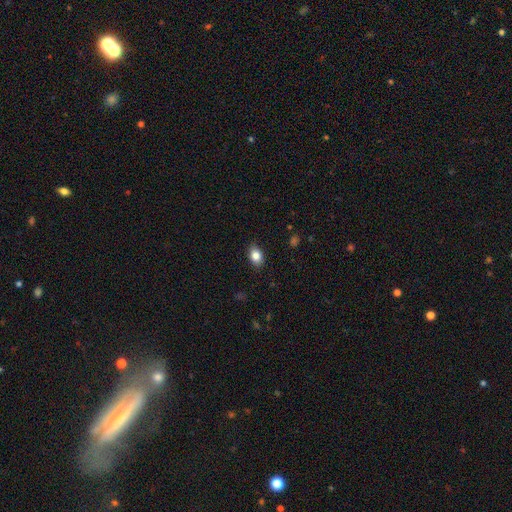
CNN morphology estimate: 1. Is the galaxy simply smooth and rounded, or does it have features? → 84% smooth, 9% star or artifact, 7% featured or disk.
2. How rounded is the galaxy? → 78% in between, 21% round, 1% cigar-shaped.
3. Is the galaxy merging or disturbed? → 88% none, 9% minor disturbance, 2% major disturbance, 1% merger.